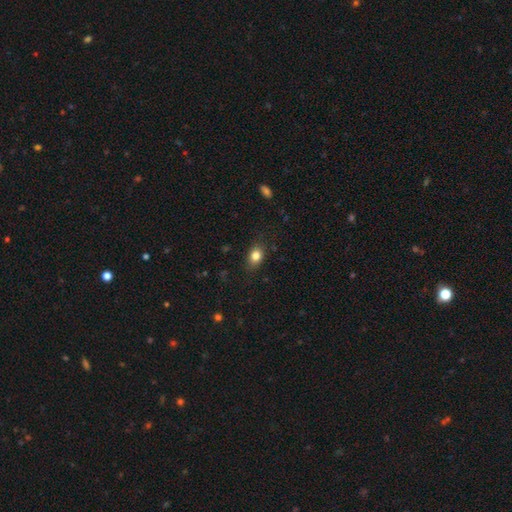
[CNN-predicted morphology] type=smooth (82%); roundness=in between (68%); merging=none (82%).